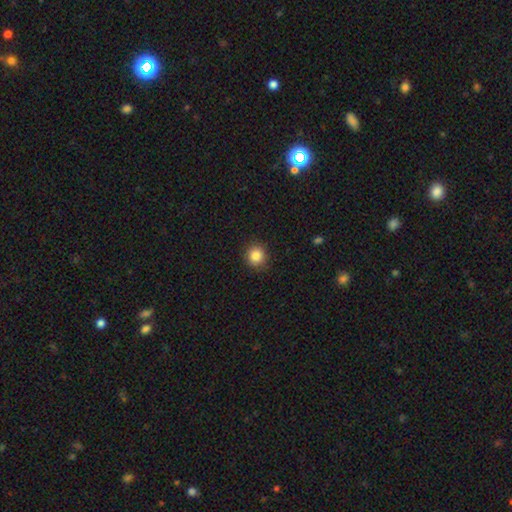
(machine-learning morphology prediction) A smooth galaxy with no disk features (85%) that is round (90%). Merging: none (91%).